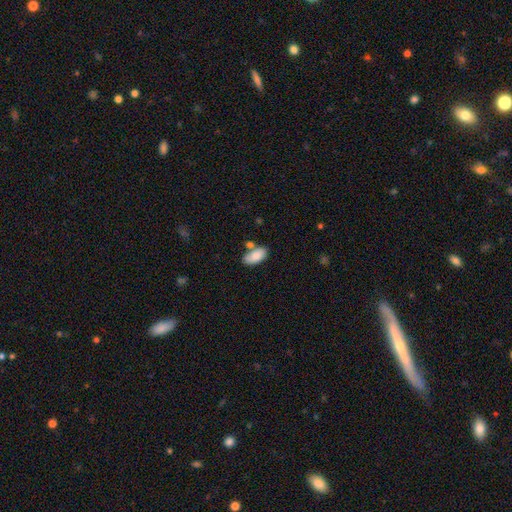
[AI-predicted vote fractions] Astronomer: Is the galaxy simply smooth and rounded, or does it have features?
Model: smooth — 86%.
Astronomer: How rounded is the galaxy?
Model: in between — 92%.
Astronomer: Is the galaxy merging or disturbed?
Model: none — 62%.